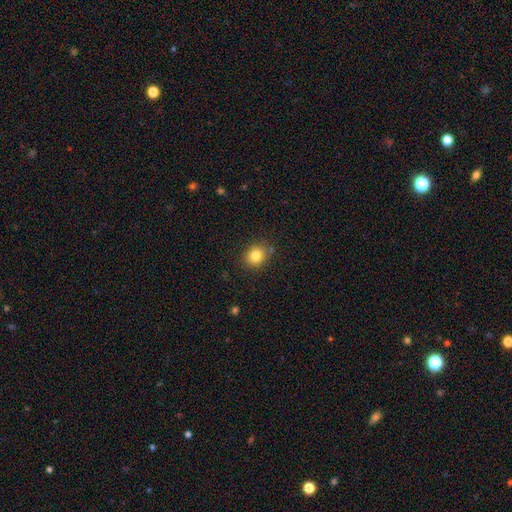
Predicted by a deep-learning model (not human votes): A smooth galaxy with no disk features (82%) that is round (71%).

Vote fractions:
- Smooth or featured? smooth: 82% / star or artifact: 11% / featured or disk: 7%
- How rounded? round: 71% / in between: 28% / cigar-shaped: 1%
- Merging? none: 83% / minor disturbance: 11% / major disturbance: 3% / merger: 3%